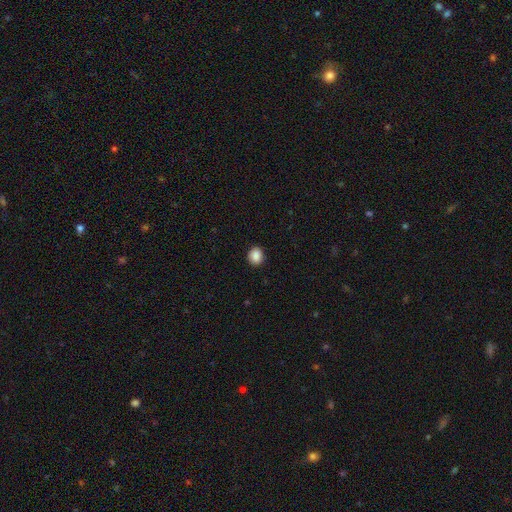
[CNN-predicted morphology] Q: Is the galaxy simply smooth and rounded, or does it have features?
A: smooth — 88%.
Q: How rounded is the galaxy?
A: round — 67%.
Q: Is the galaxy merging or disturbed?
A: none — 90%.